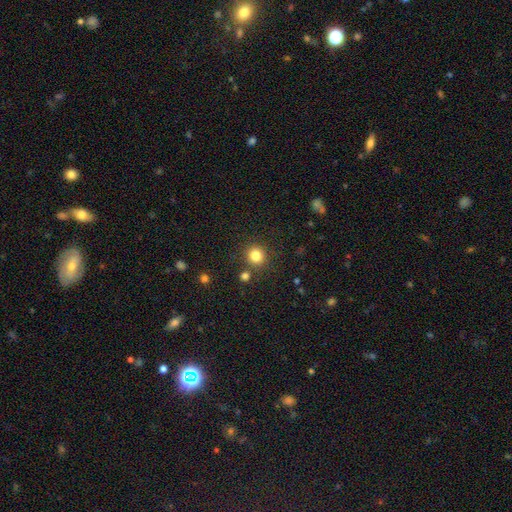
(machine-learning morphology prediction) This appears to be a smooth galaxy with no disk features (82%) that is round (91%). Merging: none (85%).